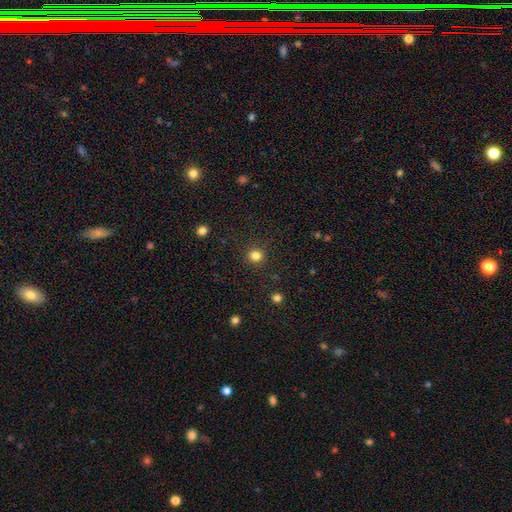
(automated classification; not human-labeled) smooth_or_featured: smooth (p=0.82) [alt: star or artifact p=0.13]
how_rounded: round (p=0.91) [alt: in between p=0.08]
merging: none (p=0.91) [alt: minor disturbance p=0.06]